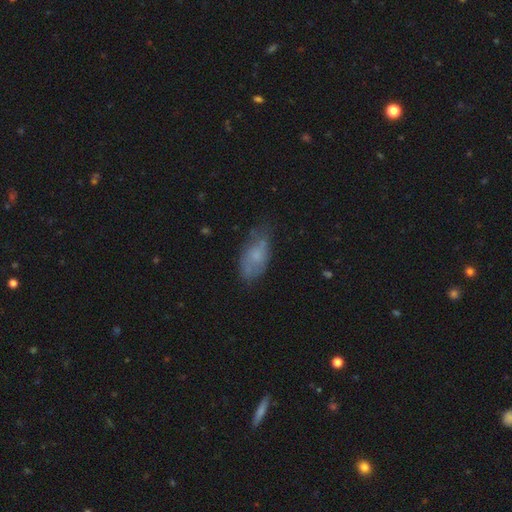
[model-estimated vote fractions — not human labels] The model was most divided on "merging": none: 54%, minor disturbance: 30%, major disturbance: 13%, merger: 2%. More confident: how rounded — in between (88%); smooth or featured — smooth (60%).